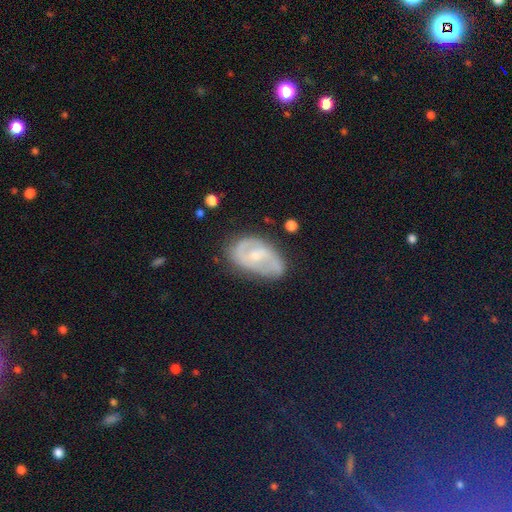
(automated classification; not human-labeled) smooth-or-featured: featured or disk: 72% | smooth: 21% | star or artifact: 7%
  disk-edge-on: no: 96% | yes: 4%
    bar: no: 46% | weak: 45% | strong: 10%
    has-spiral-arms: yes: 85% | no: 15%
      spiral-winding: medium: 46% | tight: 34% | loose: 20%
      spiral-arm-count: 2: 70% | can't tell: 18% | 1: 6% | 3: 4% | 4: 1% | more than 4: 1%
    bulge-size: small: 56% | moderate: 38% | none: 4% | large: 2% | dominant: 1%
  merging: none: 66% | minor disturbance: 23% | major disturbance: 8% | merger: 3%